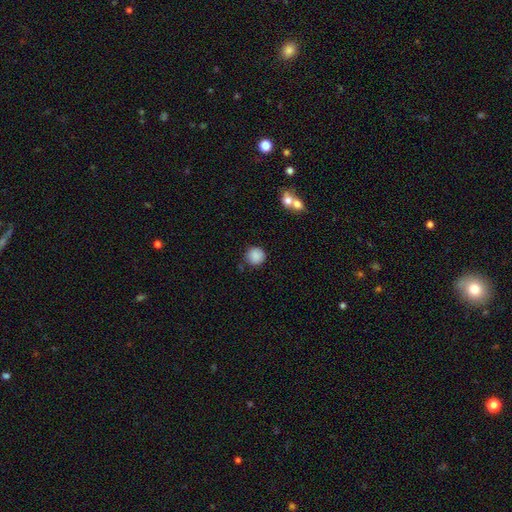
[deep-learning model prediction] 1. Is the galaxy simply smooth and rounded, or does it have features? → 87% smooth, 9% star or artifact, 4% featured or disk.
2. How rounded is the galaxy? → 93% round, 6% in between, 1% cigar-shaped.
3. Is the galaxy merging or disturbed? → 80% none, 12% minor disturbance, 5% merger, 3% major disturbance.